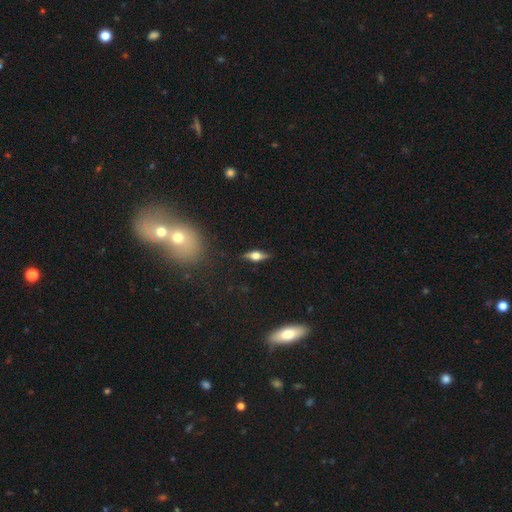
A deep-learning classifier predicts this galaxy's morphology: type=featured or disk (63%); edge-on=yes (93%); edge-on bulge=rounded (94%); merging=none (86%).